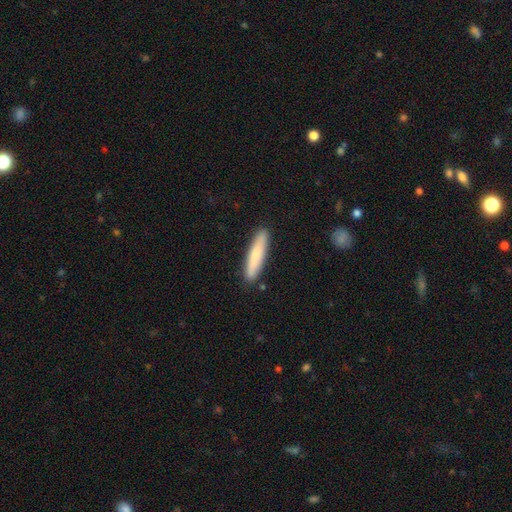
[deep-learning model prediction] A smooth galaxy with no disk features (79%) that is cigar-shaped (88%). Merging: none (89%).